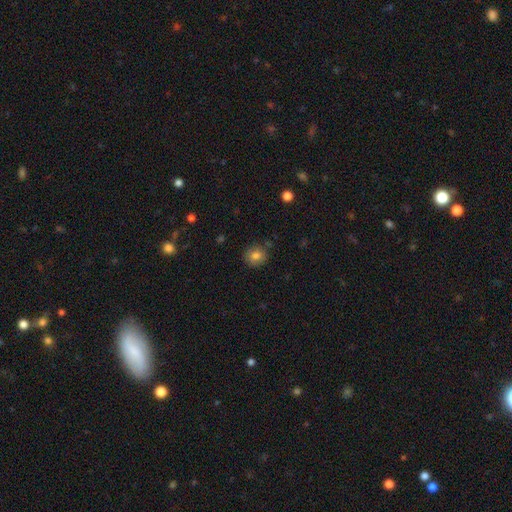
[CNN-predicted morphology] Smooth or featured? smooth (80%)
How rounded? round (86%)
Merging? none (85%)